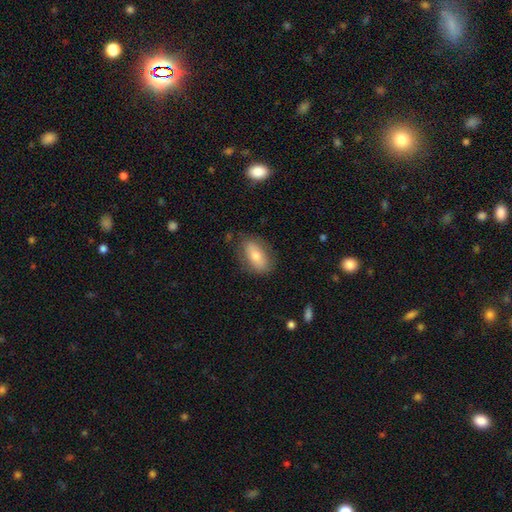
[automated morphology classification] Overall: smooth (68%). How rounded: in between (89%). Merging: none (77%).